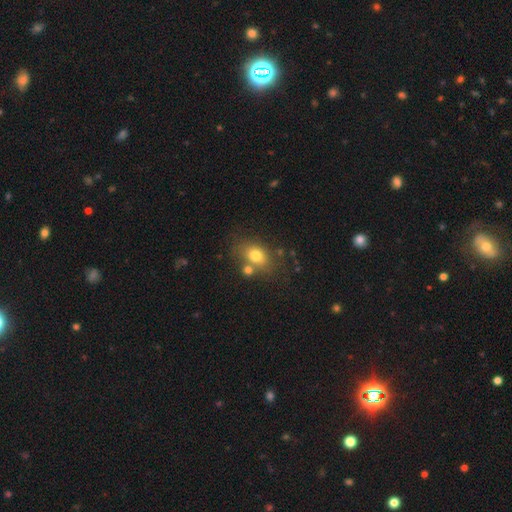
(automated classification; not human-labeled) Smooth or featured: smooth — 75% (featured or disk — 14%)
How rounded: in between — 69% (round — 29%)
Merging: none — 60% (merger — 20%)